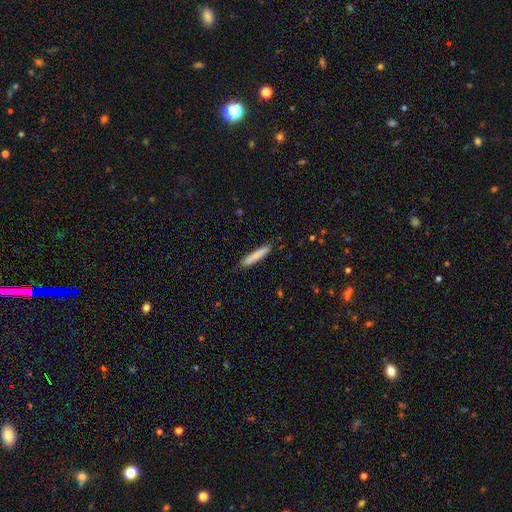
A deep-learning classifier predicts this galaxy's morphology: The model was most divided on "smooth or featured": smooth: 81%, featured or disk: 13%, star or artifact: 6%. More confident: how rounded — cigar-shaped (93%); merging — none (88%).